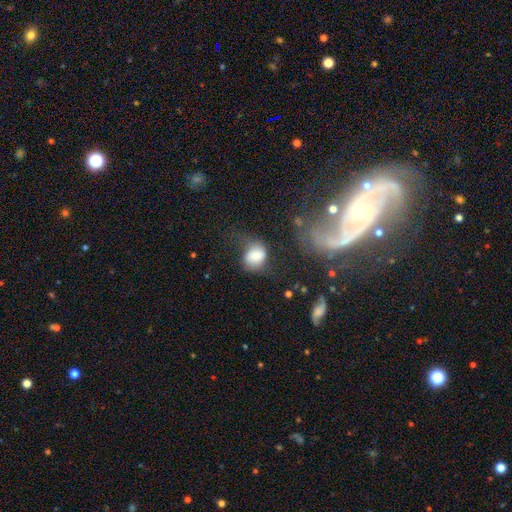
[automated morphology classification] Smooth or featured? smooth (72%)
How rounded? in between (50%)
Merging? none (37%)